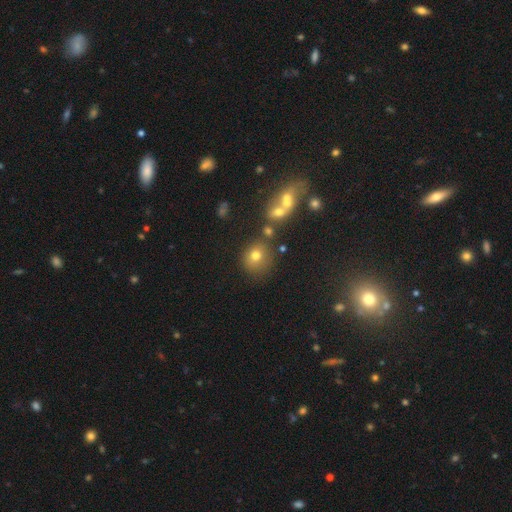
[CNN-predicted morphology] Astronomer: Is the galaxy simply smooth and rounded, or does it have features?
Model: smooth — 72%.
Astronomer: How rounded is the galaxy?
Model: round — 80%.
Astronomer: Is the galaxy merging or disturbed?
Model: none — 66%.